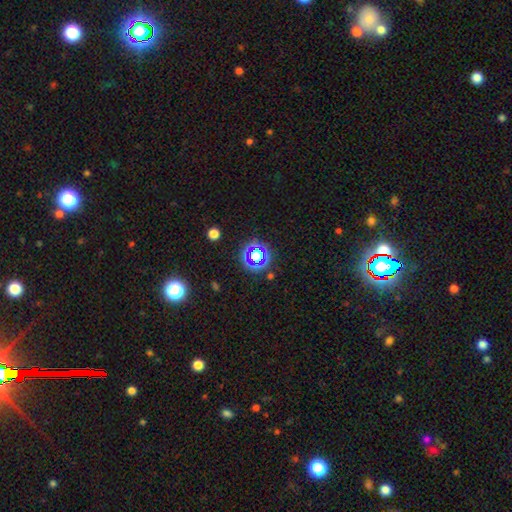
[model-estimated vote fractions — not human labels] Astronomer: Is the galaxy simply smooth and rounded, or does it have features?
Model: star or artifact — 62%.